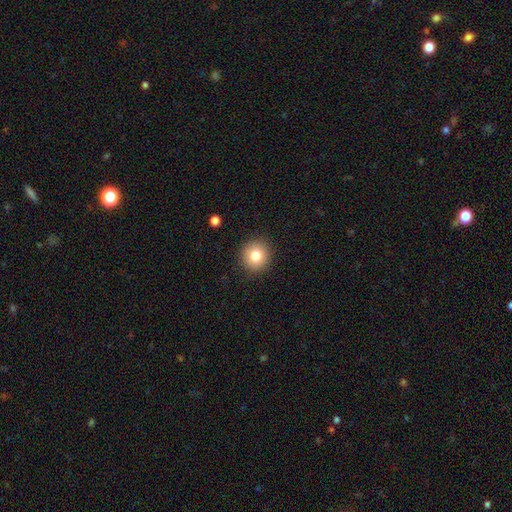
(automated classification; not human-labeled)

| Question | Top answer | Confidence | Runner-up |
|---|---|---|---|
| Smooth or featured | smooth | 81% | star or artifact (10%) |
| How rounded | round | 92% | in between (7%) |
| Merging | none | 91% | minor disturbance (6%) |